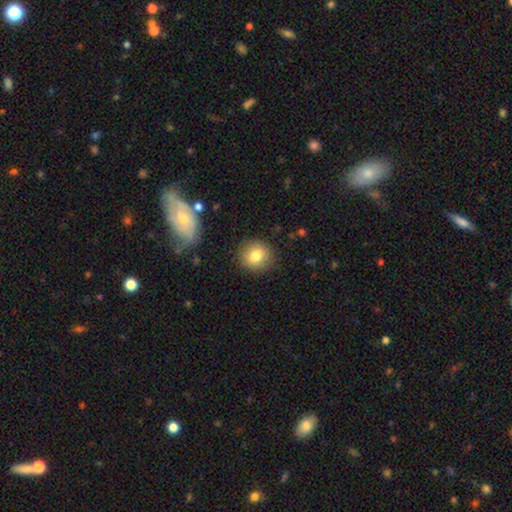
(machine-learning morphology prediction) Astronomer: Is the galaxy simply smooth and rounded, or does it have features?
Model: smooth — 80%.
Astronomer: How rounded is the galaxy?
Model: round — 86%.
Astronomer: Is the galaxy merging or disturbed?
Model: none — 88%.